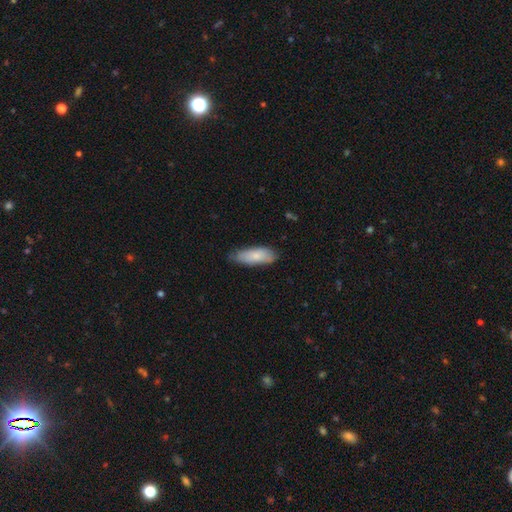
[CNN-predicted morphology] Smooth or featured? smooth (81%)
How rounded? in between (70%)
Merging? none (69%)